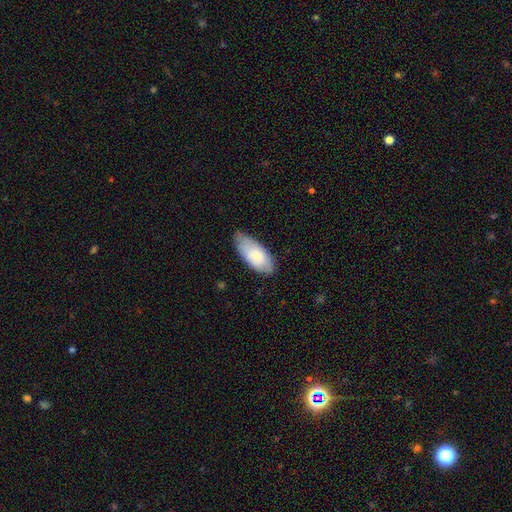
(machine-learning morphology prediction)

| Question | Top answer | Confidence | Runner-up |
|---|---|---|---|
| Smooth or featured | smooth | 73% | featured or disk (21%) |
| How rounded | in between | 90% | cigar-shaped (8%) |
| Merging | none | 67% | minor disturbance (27%) |